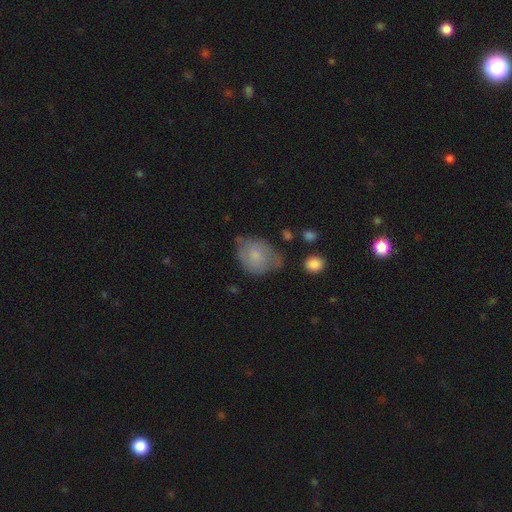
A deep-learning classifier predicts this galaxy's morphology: Smooth or featured?
  - smooth: 69% *
  - featured or disk: 23%
  - star or artifact: 8%
How rounded?
  - in between: 55% *
  - round: 44%
  - cigar-shaped: 1%
Merging?
  - none: 46% *
  - minor disturbance: 35%
  - major disturbance: 14%
  - merger: 4%